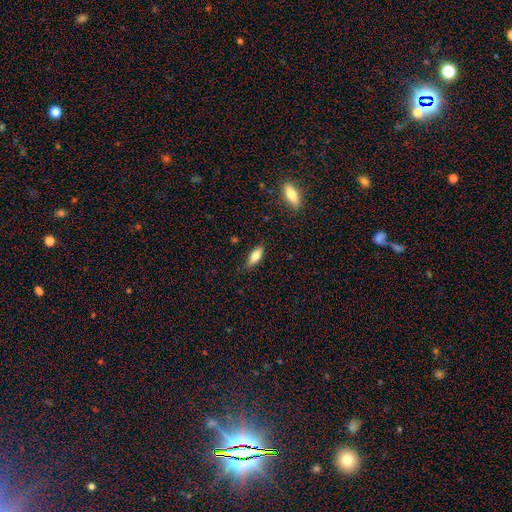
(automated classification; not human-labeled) This appears to be a smooth galaxy with no disk features (73%) that is in between round and cigar-shaped (69%). Merging: none (80%).